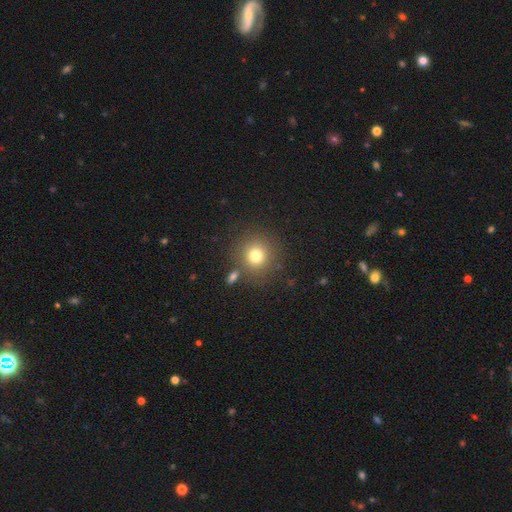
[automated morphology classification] smooth 77%, star or artifact 14%, featured or disk 9%. Down the decision tree: how rounded — round (91%); merging — none (80%).